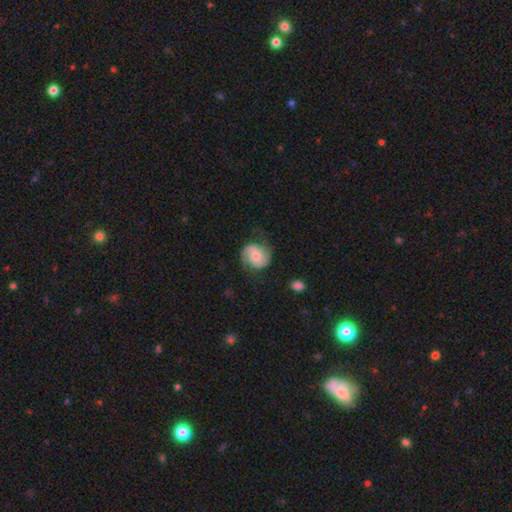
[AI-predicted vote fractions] This is likely a featured or disk galaxy (73%). It is clearly not viewed edge-on (98%). Bar: likely no (62%). Spiral arm pattern: clearly yes (95%). Spiral arm count: clearly 2 (89%). Spiral winding: possibly medium (48%). Central bulge: possibly moderate (58%). Merging: likely none (72%).